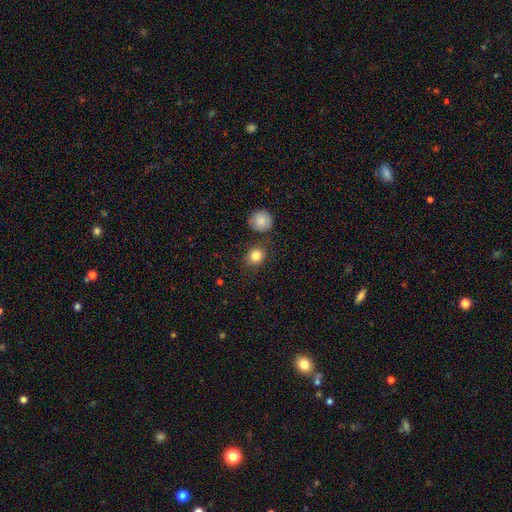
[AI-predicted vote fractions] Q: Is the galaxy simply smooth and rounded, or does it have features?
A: smooth — 84%.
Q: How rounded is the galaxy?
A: round — 74%.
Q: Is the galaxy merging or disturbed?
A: none — 79%.